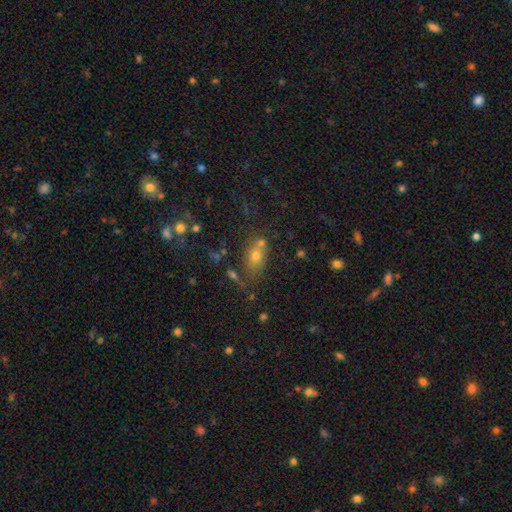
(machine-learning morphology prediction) The model was most divided on "merging": none: 60%, merger: 20%, minor disturbance: 15%, major disturbance: 6%. More confident: how rounded — in between (69%); smooth or featured — smooth (64%).